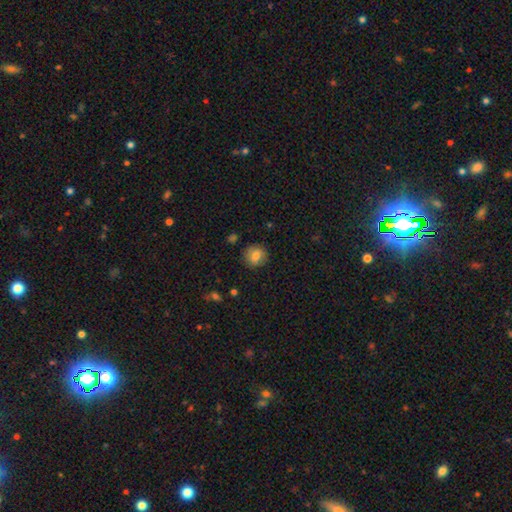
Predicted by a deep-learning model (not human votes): Smooth or featured? Predicted: smooth (p=0.80). How rounded? Predicted: round (p=0.86). Merging? Predicted: none (p=0.86).